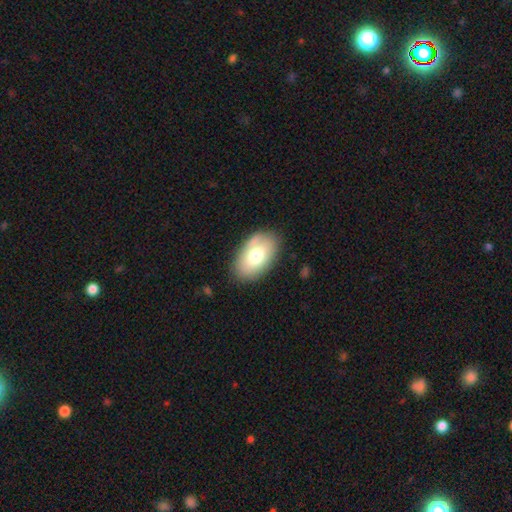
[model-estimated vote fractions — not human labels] smooth_or_featured: smooth (p=0.70) [alt: featured or disk p=0.23]
how_rounded: in between (p=0.92) [alt: round p=0.07]
merging: none (p=0.81) [alt: minor disturbance p=0.14]